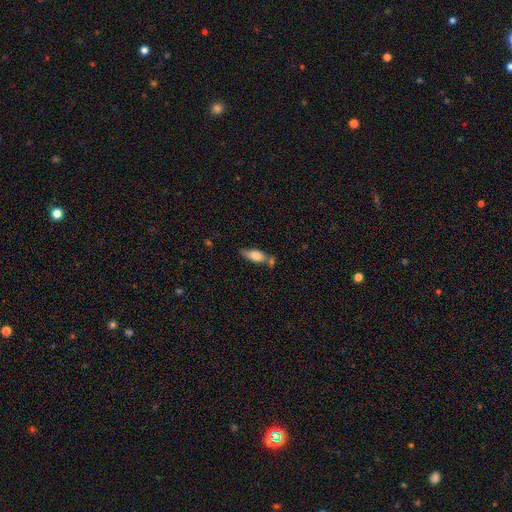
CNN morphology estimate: Smooth or featured? Predicted: smooth (p=0.69). How rounded? Predicted: in between (p=0.74). Merging? Predicted: none (p=0.50).